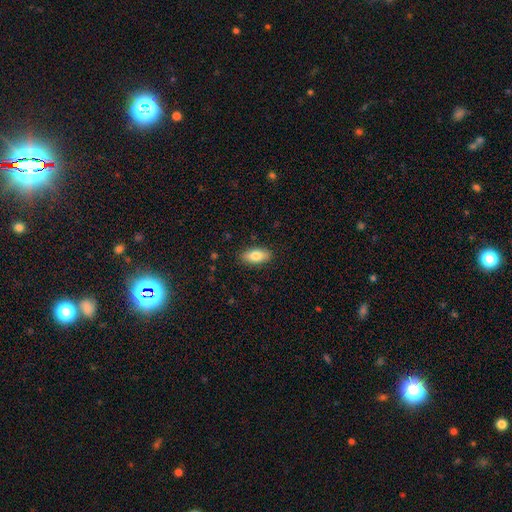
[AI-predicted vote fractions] Smooth or featured? smooth (82%)
How rounded? in between (88%)
Merging? none (88%)